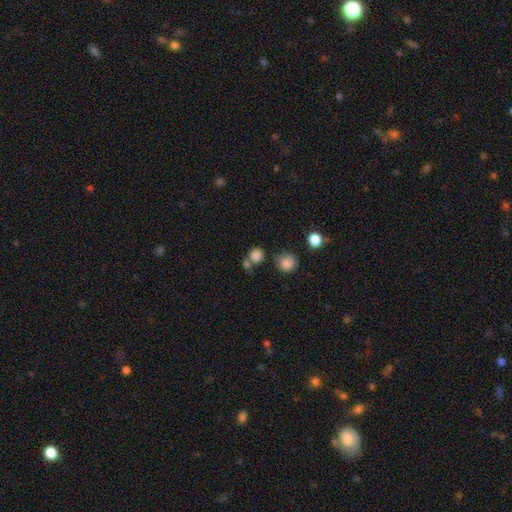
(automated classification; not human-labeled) Morphology: type=smooth (81%); roundness=round (85%); merging=none (57%).